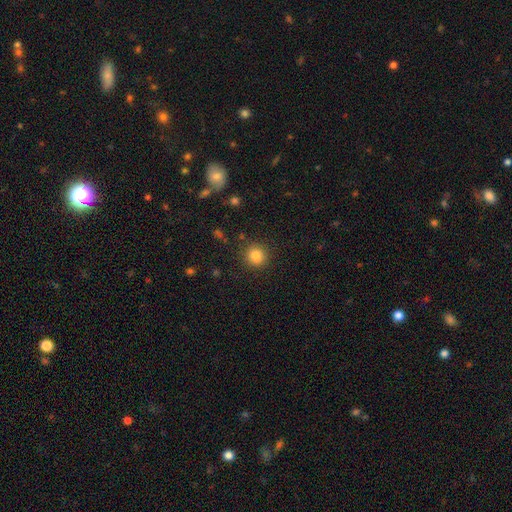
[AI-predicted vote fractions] Smooth or featured: smooth — 85% (star or artifact — 11%)
How rounded: round — 90% (in between — 9%)
Merging: none — 88% (minor disturbance — 7%)